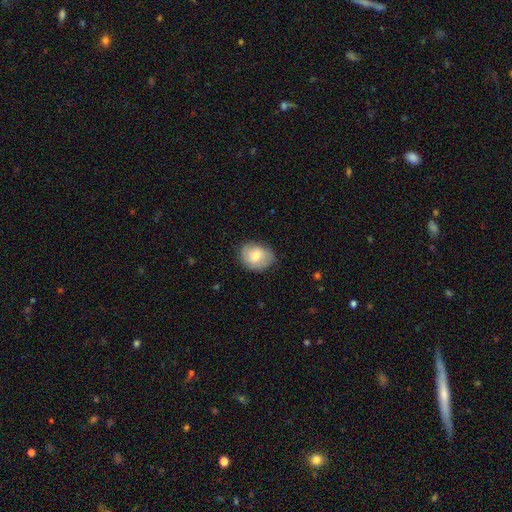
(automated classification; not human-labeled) Overall: smooth (64%; featured or disk 29%). How rounded: in between (51%; round 48%). Merging: none (75%).